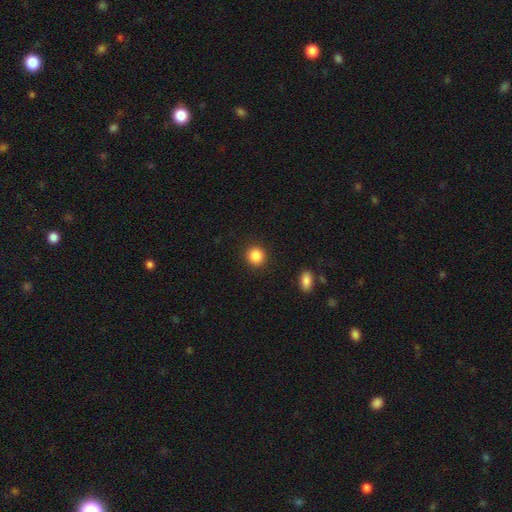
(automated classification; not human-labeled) Overall: smooth (87%). How rounded: round (91%). Merging: none (91%).